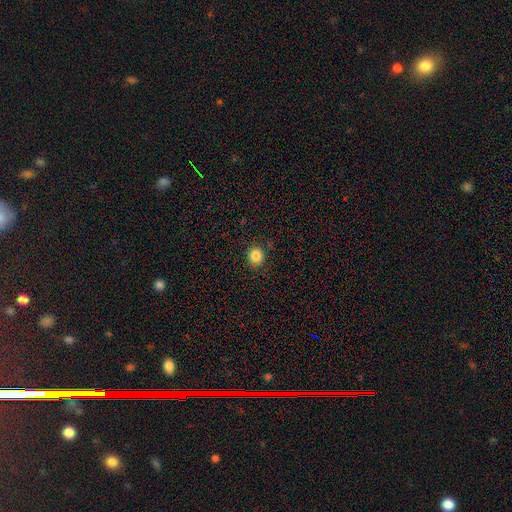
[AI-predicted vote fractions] smooth 84%, star or artifact 11%, featured or disk 5%. Down the decision tree: how rounded — round (81%); merging — none (90%).